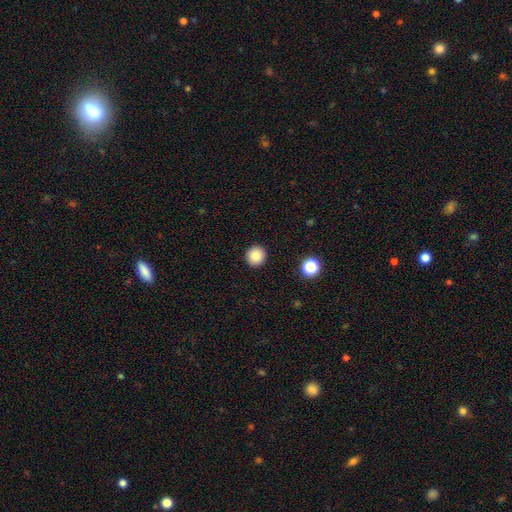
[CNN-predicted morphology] A smooth galaxy with no disk features (83%) that is round (93%). Merging: none (93%).